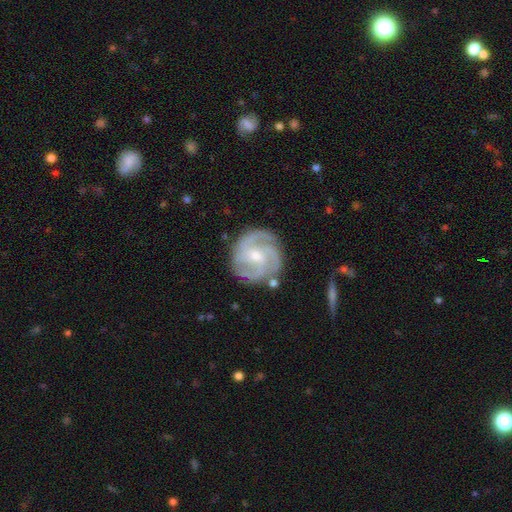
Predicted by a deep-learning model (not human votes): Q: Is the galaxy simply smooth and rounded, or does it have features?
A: featured or disk — 87%.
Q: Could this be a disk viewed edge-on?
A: no — 98%.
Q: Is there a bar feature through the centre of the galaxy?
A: no — 45%.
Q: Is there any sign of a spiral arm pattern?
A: yes — 97%.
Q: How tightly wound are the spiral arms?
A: tight — 54%.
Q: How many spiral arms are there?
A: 3 — 50%.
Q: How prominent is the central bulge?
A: small — 61%.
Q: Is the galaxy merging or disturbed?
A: none — 80%.